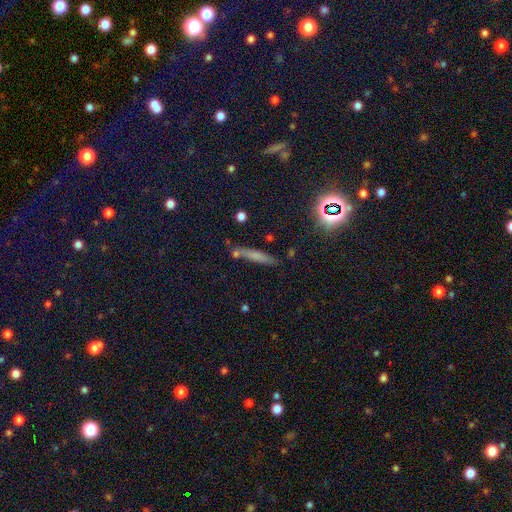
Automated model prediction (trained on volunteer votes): The model was most divided on "smooth or featured": smooth: 62%, featured or disk: 23%, star or artifact: 15%. More confident: how rounded — cigar-shaped (90%); merging — none (74%).